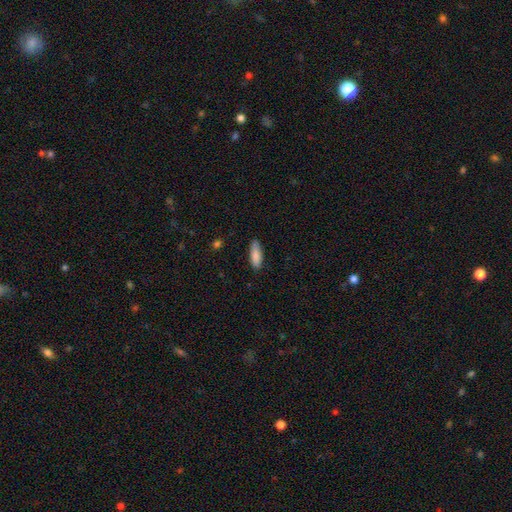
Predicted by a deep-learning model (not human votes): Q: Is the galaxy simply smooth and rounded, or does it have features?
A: smooth — 87%.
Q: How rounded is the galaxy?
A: in between — 60%.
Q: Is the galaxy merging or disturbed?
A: none — 82%.